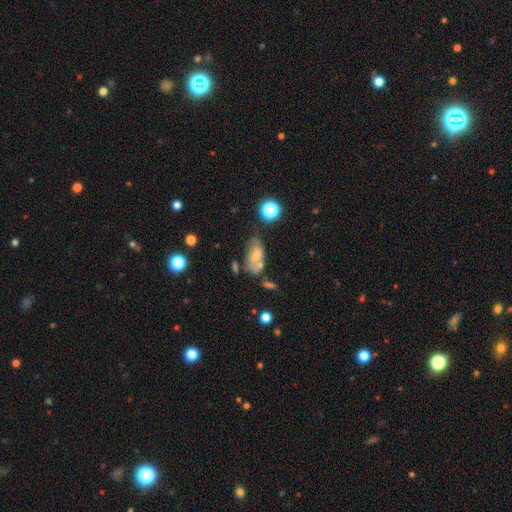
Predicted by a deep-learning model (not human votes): The model was most divided on "smooth or featured": smooth: 53%, featured or disk: 35%, star or artifact: 12%. Remaining: how rounded — in between (86%); merging — none (48%).